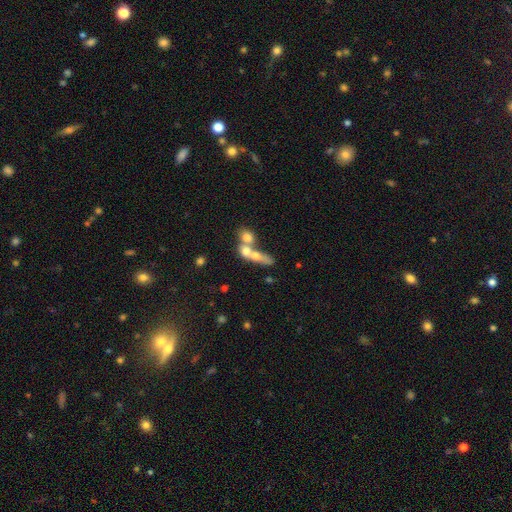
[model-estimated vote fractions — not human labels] Morphology: type=smooth (54%); roundness=in between (42%); merging=merger (66%).